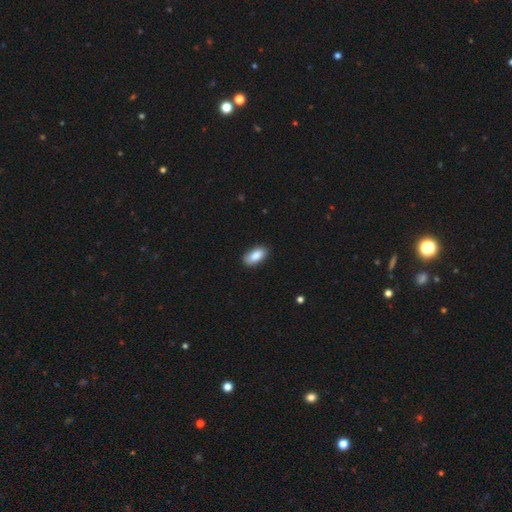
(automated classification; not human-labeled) Q: Smooth or featured?
A: smooth (87%); runner-up: star or artifact (7%)
Q: How rounded?
A: in between (92%); runner-up: cigar-shaped (5%)
Q: Merging?
A: none (87%); runner-up: minor disturbance (10%)